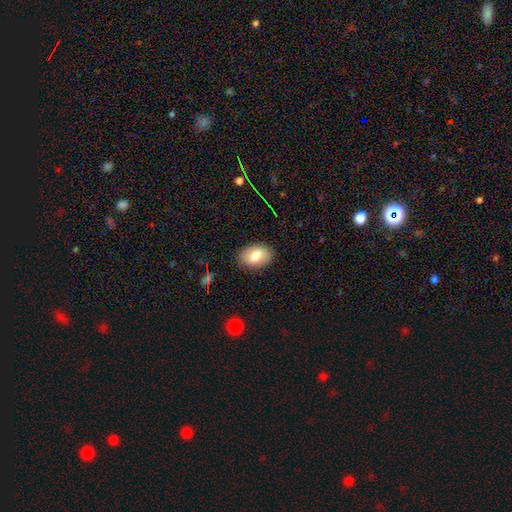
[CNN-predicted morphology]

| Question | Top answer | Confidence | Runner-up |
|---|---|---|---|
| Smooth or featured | smooth | 81% | featured or disk (12%) |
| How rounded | in between | 89% | round (10%) |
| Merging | none | 87% | minor disturbance (10%) |